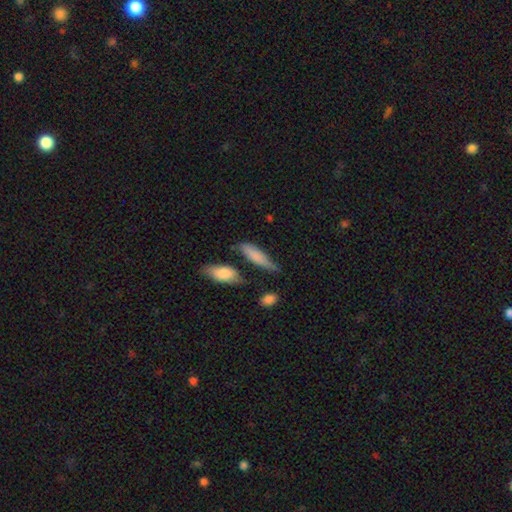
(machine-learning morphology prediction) Smooth or featured: smooth — 77% (featured or disk — 16%)
How rounded: cigar-shaped — 60% (in between — 38%)
Merging: none — 58% (minor disturbance — 26%)